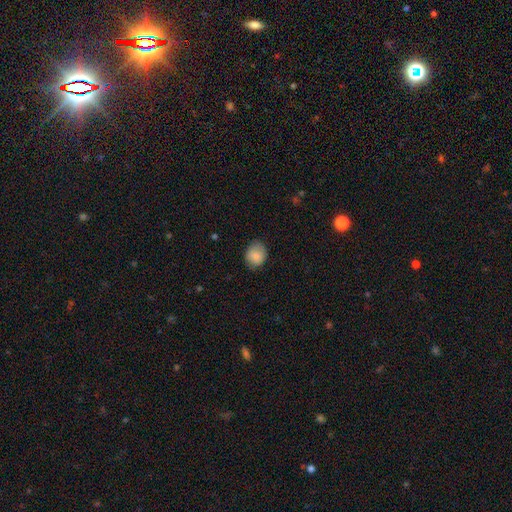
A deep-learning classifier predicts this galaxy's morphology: Smooth or featured? smooth (84%)
How rounded? round (52%)
Merging? none (74%)